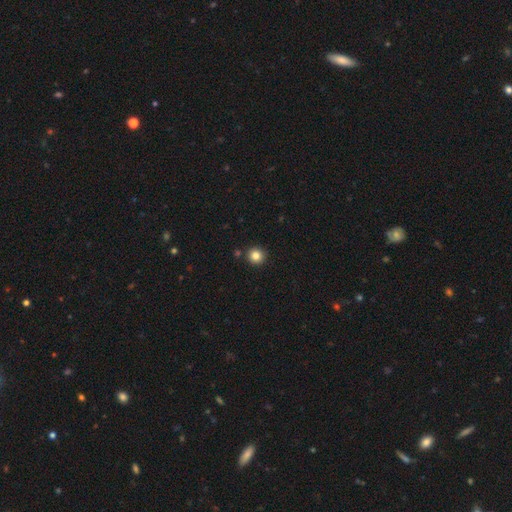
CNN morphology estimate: This appears to be a smooth galaxy with no disk features (84%) that is round (94%). Merging: none (90%).